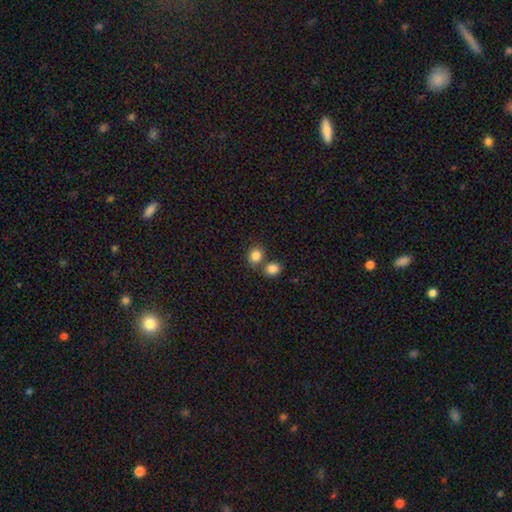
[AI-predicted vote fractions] Morphology: type=smooth (85%); roundness=round (66%); merging=none (57%).